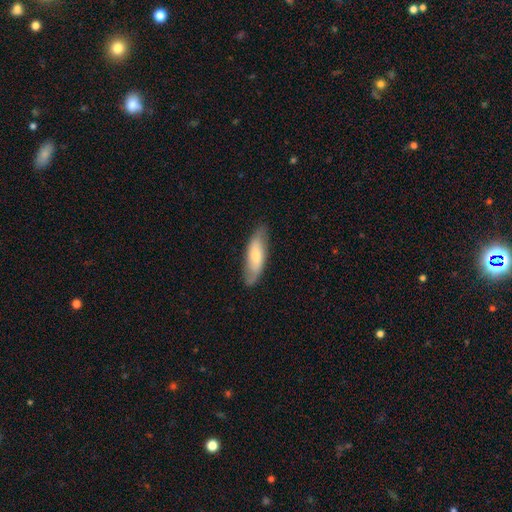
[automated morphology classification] The model was most divided on "how rounded": cigar-shaped: 53%, in between: 45%, round: 2%. More confident: merging — none (80%); smooth or featured — smooth (64%).